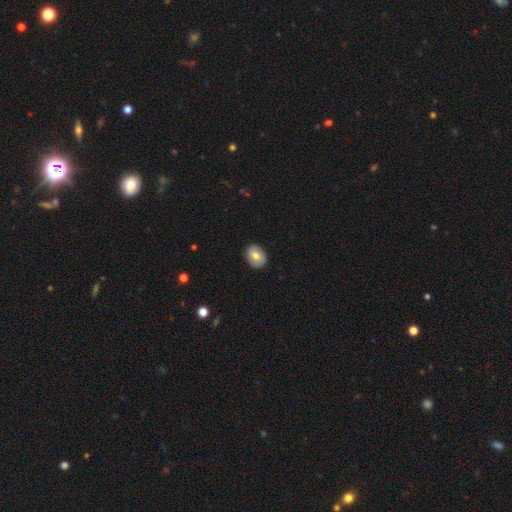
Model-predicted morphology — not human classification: type=smooth (73%); roundness=in between (62%); merging=none (89%).